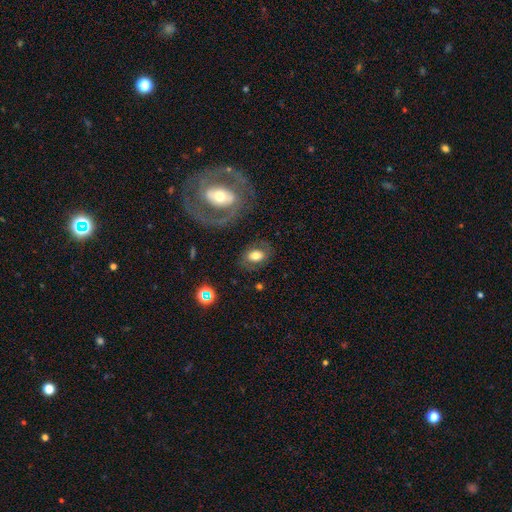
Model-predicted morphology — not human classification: Smooth or featured: smooth — 60% (featured or disk — 31%)
How rounded: in between — 78% (round — 20%)
Merging: none — 73% (minor disturbance — 14%)